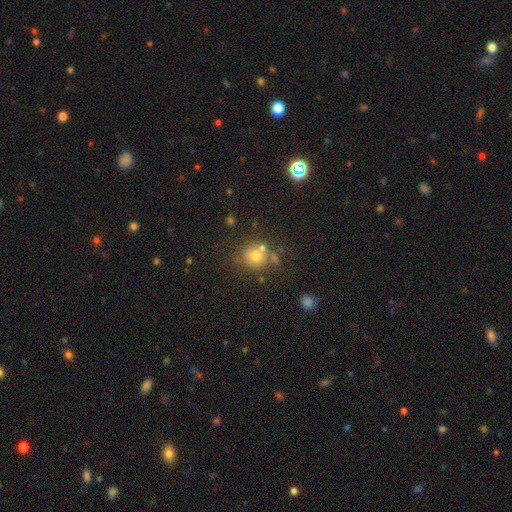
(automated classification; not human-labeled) Q: Smooth or featured?
A: smooth (67%); runner-up: featured or disk (19%)
Q: How rounded?
A: round (85%); runner-up: in between (14%)
Q: Merging?
A: none (57%); runner-up: merger (20%)